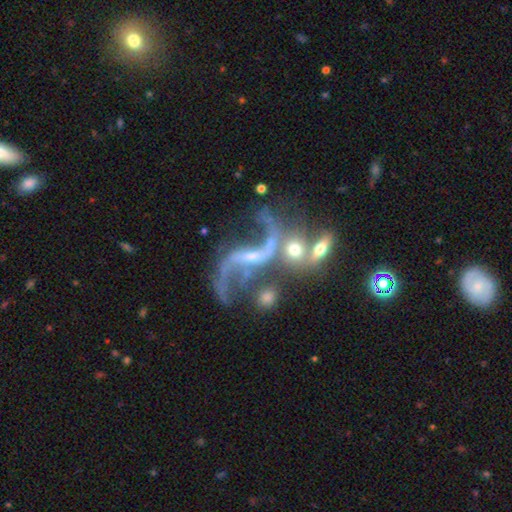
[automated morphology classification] Q: Smooth or featured?
A: featured or disk (84%); runner-up: star or artifact (10%)
Q: Edge-on disk?
A: no (96%); runner-up: yes (4%)
Q: Bar?
A: weak (37%); runner-up: strong (31%)
Q: Spiral arms?
A: yes (89%); runner-up: no (11%)
Q: Spiral winding?
A: loose (86%); runner-up: medium (11%)
Q: Spiral arm count?
A: 2 (86%); runner-up: 1 (5%)
Q: Bulge size?
A: small (59%); runner-up: moderate (20%)
Q: Merging?
A: merger (36%); runner-up: none (29%)